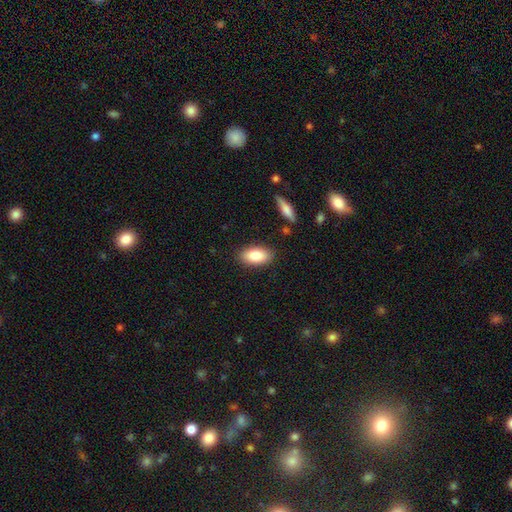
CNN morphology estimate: This appears to be a smooth galaxy with no disk features (84%) that is in between round and cigar-shaped (91%). Merging: none (86%).